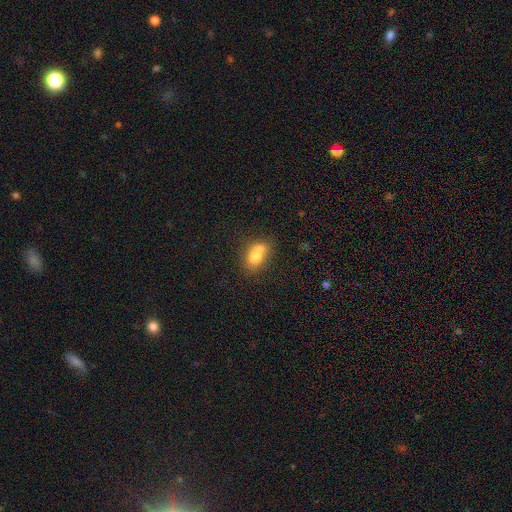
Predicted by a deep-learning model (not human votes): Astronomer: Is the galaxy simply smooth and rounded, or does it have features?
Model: smooth — 69%.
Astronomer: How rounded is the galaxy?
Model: in between — 57% (runner-up: round, 41%).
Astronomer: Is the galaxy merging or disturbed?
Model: merger — 58%.